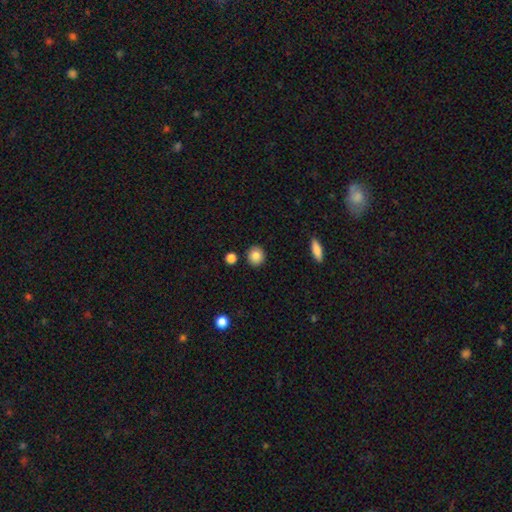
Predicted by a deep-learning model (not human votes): Smooth or featured?
  - smooth: 86% *
  - star or artifact: 8%
  - featured or disk: 6%
How rounded?
  - round: 86% *
  - in between: 13%
  - cigar-shaped: 1%
Merging?
  - none: 89% *
  - minor disturbance: 7%
  - merger: 3%
  - major disturbance: 2%